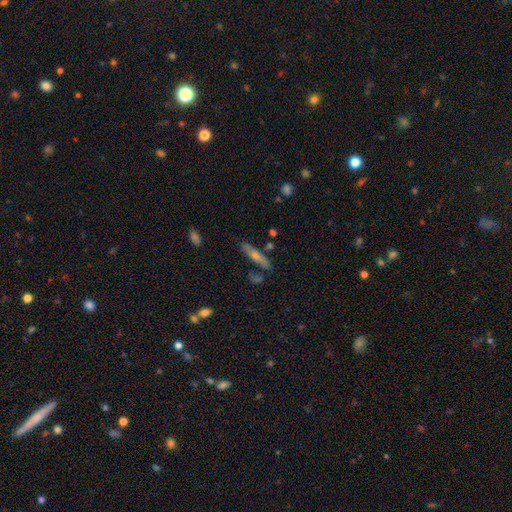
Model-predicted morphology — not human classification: Smooth or featured?
  - featured or disk: 54% *
  - smooth: 37%
  - star or artifact: 9%
Edge-on disk?
  - yes: 86% *
  - no: 14%
Merging?
  - none: 78% *
  - minor disturbance: 13%
  - merger: 5%
  - major disturbance: 3%